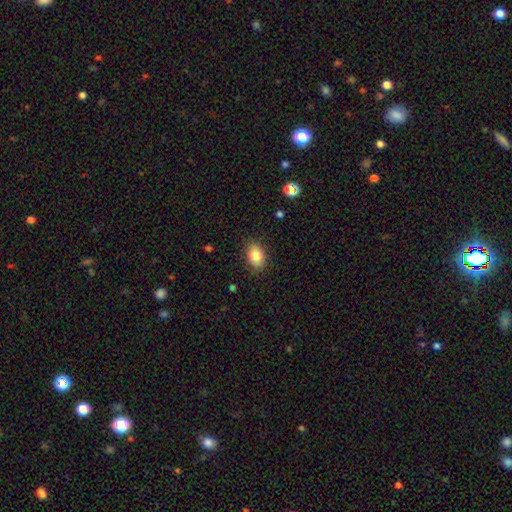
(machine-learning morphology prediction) The model was most divided on "how rounded": in between: 80%, round: 19%, cigar-shaped: 1%. More confident: merging — none (84%); smooth or featured — smooth (83%).